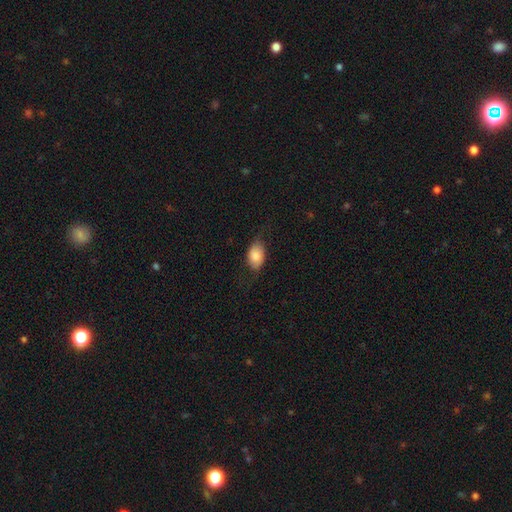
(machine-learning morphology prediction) smooth-or-featured: smooth: 79% | featured or disk: 14% | star or artifact: 7%
  how-rounded: in between: 88% | round: 11% | cigar-shaped: 2%
  merging: none: 69% | minor disturbance: 22% | major disturbance: 8% | merger: 1%